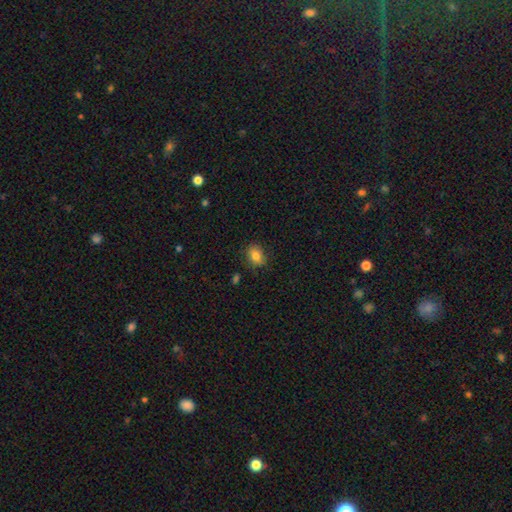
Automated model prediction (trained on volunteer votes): smooth 82%, star or artifact 10%, featured or disk 8%. Down the decision tree: how rounded — in between (61%); merging — none (82%).